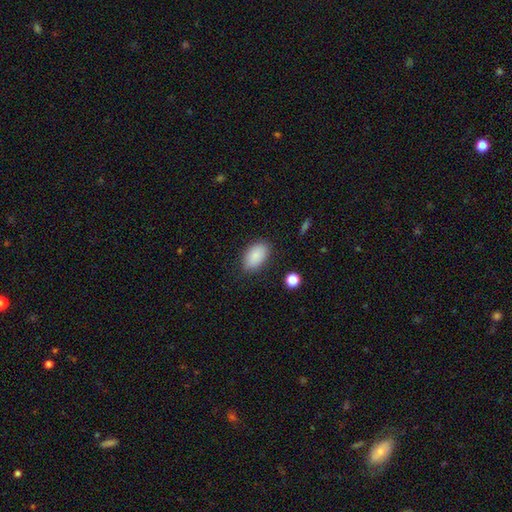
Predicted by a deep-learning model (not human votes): Smooth or featured: smooth — 88% (star or artifact — 7%)
How rounded: in between — 93% (round — 6%)
Merging: none — 83% (minor disturbance — 13%)